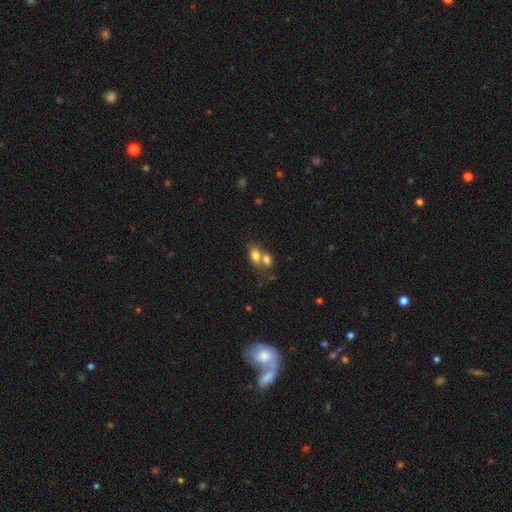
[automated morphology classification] This is likely a smooth galaxy (76%). How rounded: likely in between (78%). Merging: likely merger (62%).